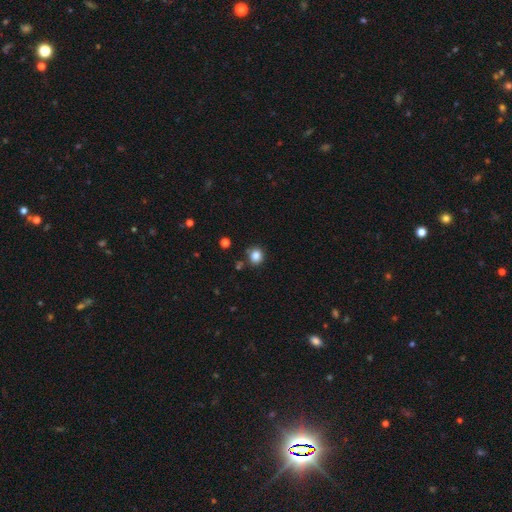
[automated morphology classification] Smooth or featured? smooth (84%)
How rounded? round (86%)
Merging? none (82%)